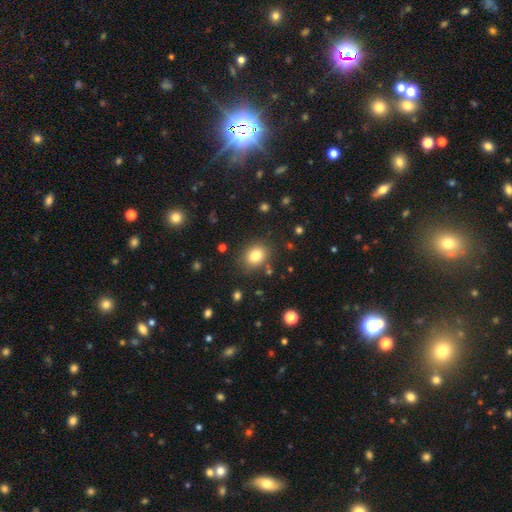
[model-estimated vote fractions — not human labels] Smooth or featured: smooth — 81% (star or artifact — 11%)
How rounded: round — 50% (tied with in between — 50%)
Merging: none — 83% (minor disturbance — 11%)